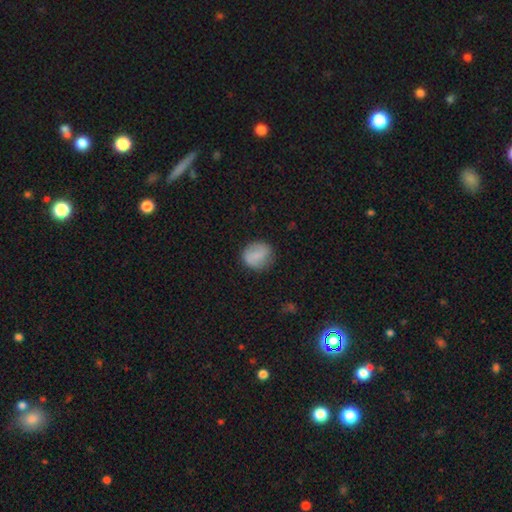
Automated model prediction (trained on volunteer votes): A smooth galaxy with no disk features (75%) that is round (77%).

Vote fractions:
- Smooth or featured? smooth: 75% / featured or disk: 18% / star or artifact: 8%
- How rounded? round: 77% / in between: 22% / cigar-shaped: 1%
- Merging? none: 79% / minor disturbance: 15% / major disturbance: 5% / merger: 1%